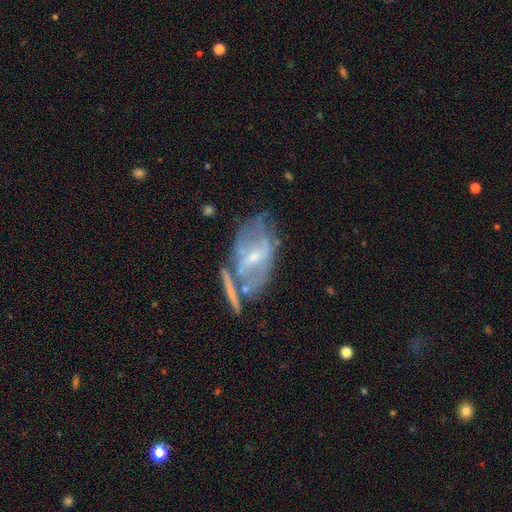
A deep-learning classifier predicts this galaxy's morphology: smooth_or_featured: featured or disk (p=0.71) [alt: smooth p=0.19]
disk_edge_on: no (p=0.90) [alt: yes p=0.10]
bar: weak (p=0.45) [alt: no p=0.31]
has_spiral_arms: yes (p=0.57) [alt: no p=0.43]
bulge_size: small (p=0.63) [alt: moderate p=0.29]
merging: none (p=0.37) [alt: merger p=0.22]